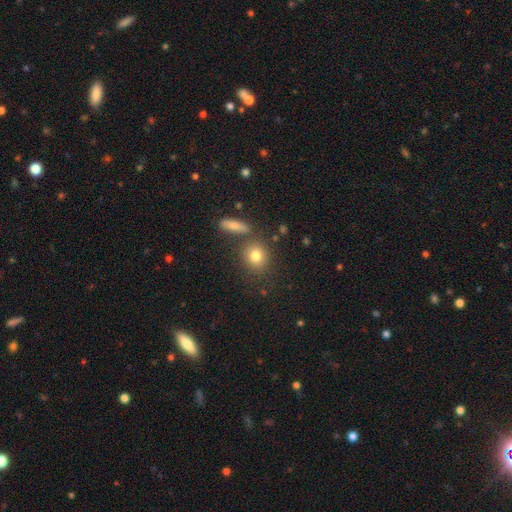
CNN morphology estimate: This is likely a smooth galaxy (79%). How rounded: likely round (75%). Merging: likely none (74%).